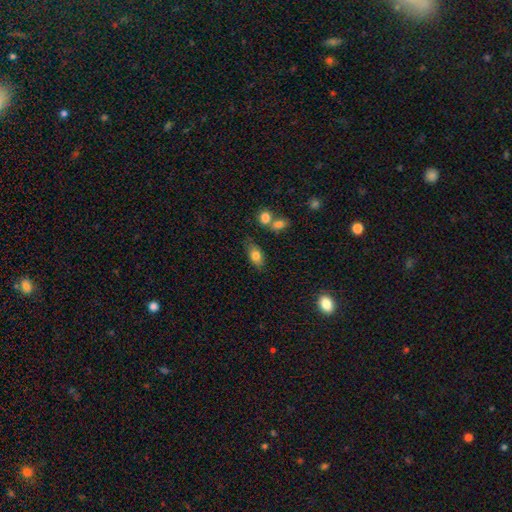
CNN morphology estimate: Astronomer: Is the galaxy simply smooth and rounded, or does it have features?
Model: smooth — 79%.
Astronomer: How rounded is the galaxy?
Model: in between — 87%.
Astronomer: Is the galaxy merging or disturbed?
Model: none — 71%.